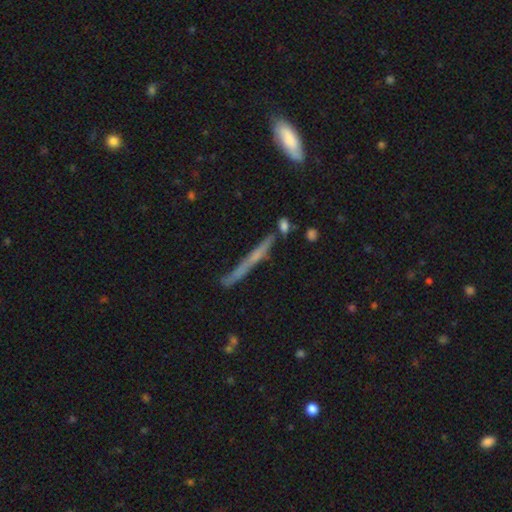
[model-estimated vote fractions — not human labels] Morphology: type=featured or disk (54%); edge-on=yes (95%); edge-on bulge=none (68%); merging=none (73%).